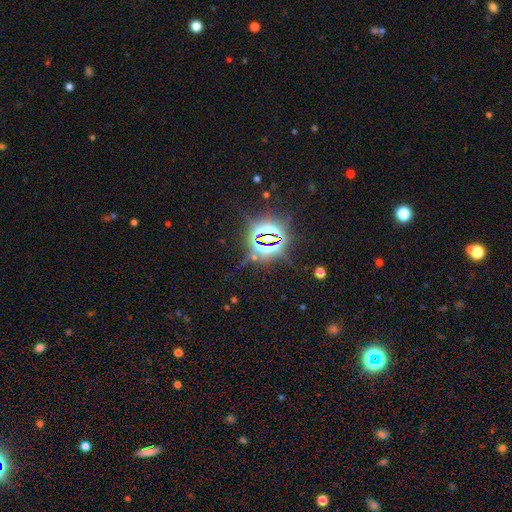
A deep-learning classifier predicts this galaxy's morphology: Smooth or featured? star or artifact (84%)